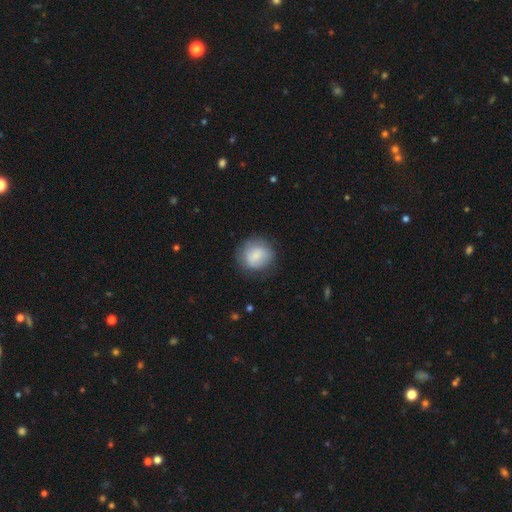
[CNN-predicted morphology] The model was most divided on "merging": none: 77%, minor disturbance: 16%, major disturbance: 6%, merger: 1%. More confident: how rounded — round (87%); smooth or featured — smooth (79%).